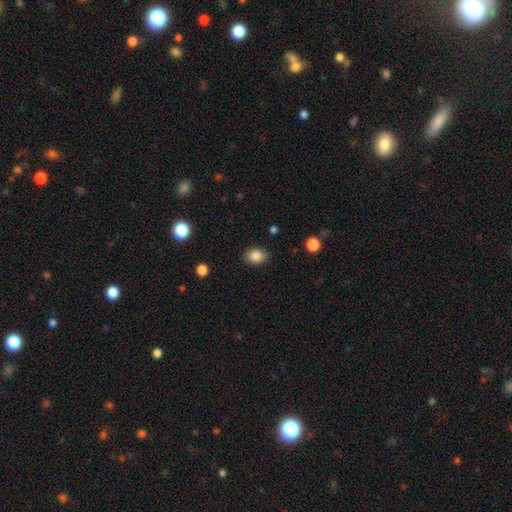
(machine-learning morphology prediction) smooth-or-featured: smooth: 86% | star or artifact: 9% | featured or disk: 5%
  how-rounded: in between: 60% | round: 39% | cigar-shaped: 1%
  merging: none: 84% | minor disturbance: 12% | major disturbance: 3% | merger: 1%